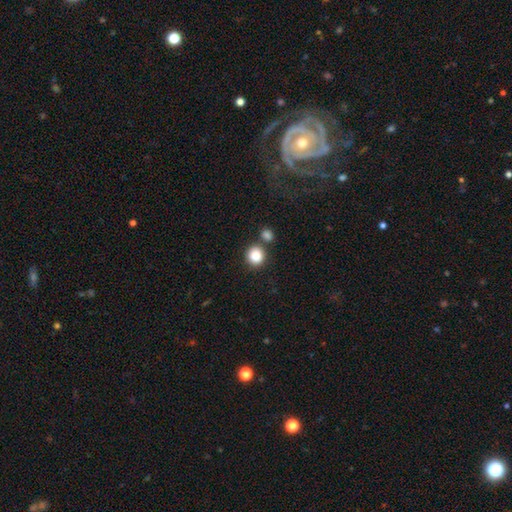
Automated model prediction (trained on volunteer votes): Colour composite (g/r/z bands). It shows a smooth galaxy with no disk features (86%) that is round (84%). Merging: none (70%).